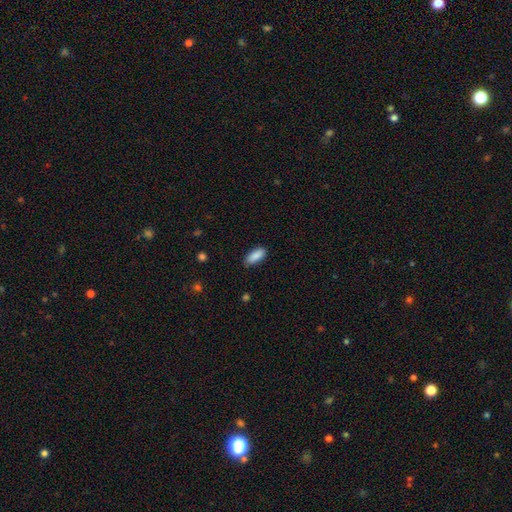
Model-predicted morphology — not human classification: A smooth galaxy with no disk features (89%) that is in between round and cigar-shaped (83%).

Vote fractions:
- Smooth or featured? smooth: 89% / star or artifact: 6% / featured or disk: 5%
- How rounded? in between: 83% / cigar-shaped: 15% / round: 2%
- Merging? none: 82% / minor disturbance: 14% / major disturbance: 2% / merger: 1%